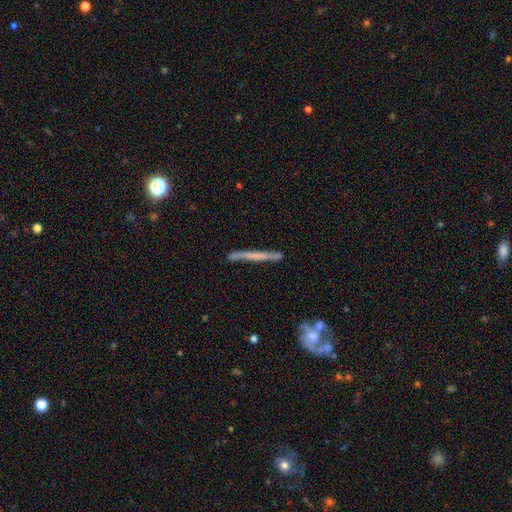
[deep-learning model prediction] This is possibly a featured or disk galaxy (51%). It is clearly viewed edge-on (93%). Merging: clearly none (82%).